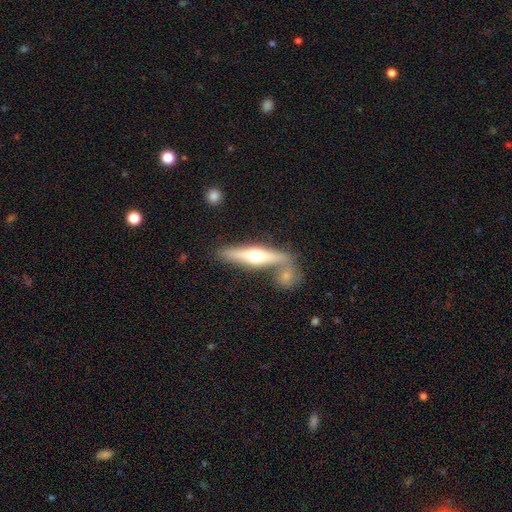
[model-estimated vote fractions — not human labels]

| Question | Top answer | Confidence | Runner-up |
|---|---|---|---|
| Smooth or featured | featured or disk | 58% | smooth (36%) |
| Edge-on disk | yes | 91% | no (9%) |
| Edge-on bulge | rounded | 94% | boxy (3%) |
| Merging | none | 57% | merger (28%) |